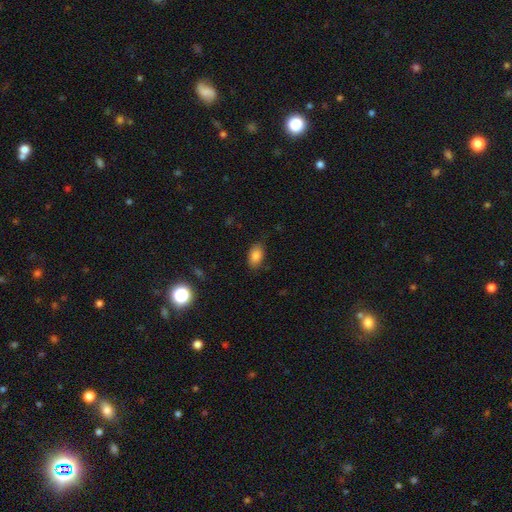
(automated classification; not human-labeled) Morphology: type=smooth (84%); roundness=in between (89%); merging=none (80%).